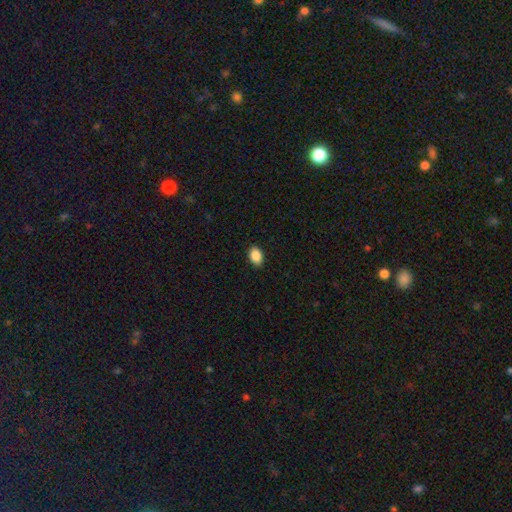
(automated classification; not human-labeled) Smooth or featured? Predicted: smooth (p=0.89). How rounded? Predicted: in between (p=0.85). Merging? Predicted: none (p=0.90).